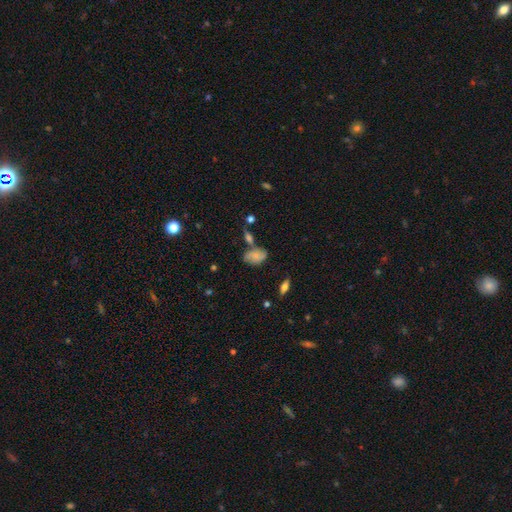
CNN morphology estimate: The model was most divided on "merging": none: 51%, minor disturbance: 23%, merger: 18%, major disturbance: 8%. More confident: how rounded — in between (87%); smooth or featured — smooth (70%).